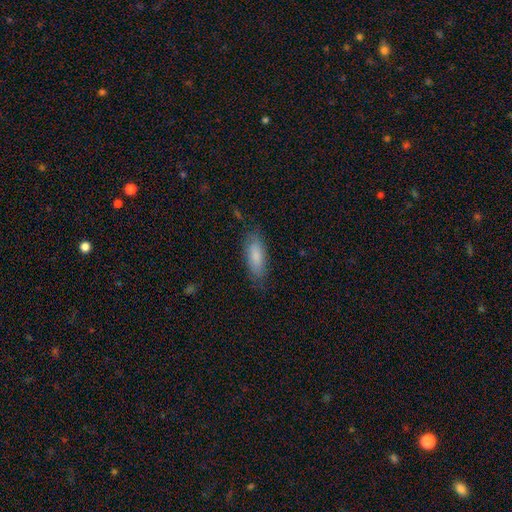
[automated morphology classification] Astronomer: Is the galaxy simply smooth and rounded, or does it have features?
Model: smooth — 81%.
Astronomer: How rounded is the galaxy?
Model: in between — 62%.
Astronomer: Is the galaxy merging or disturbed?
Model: none — 79%.